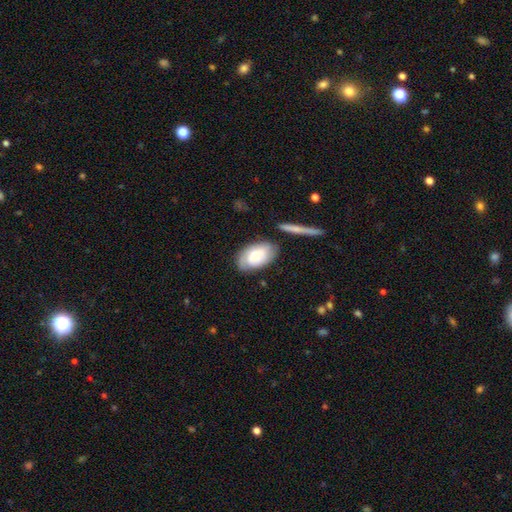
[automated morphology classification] Smooth or featured? Predicted: smooth (p=0.51). How rounded? Predicted: in between (p=0.90). Merging? Predicted: none (p=0.69).